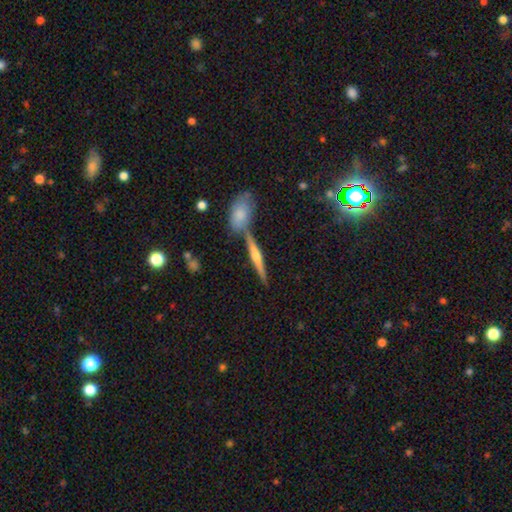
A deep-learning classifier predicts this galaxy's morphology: A featured or disk galaxy (71%) viewed edge-on (97%) with a rounded central bulge (88%). Merging: none (74%).